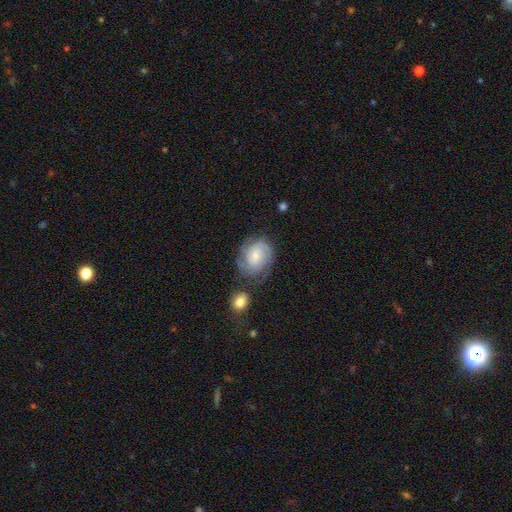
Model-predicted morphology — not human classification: The model was most divided on "spiral arm count": can't tell: 34%, 2: 32%, 3: 19%, 4: 6%, 1: 5%, more than 4: 4%. More confident: edge-on disk — no (97%); spiral arms — yes (90%); bar — no (66%); merging — none (65%); smooth or featured — featured or disk (59%); spiral winding — tight (58%); bulge size — small (51%).